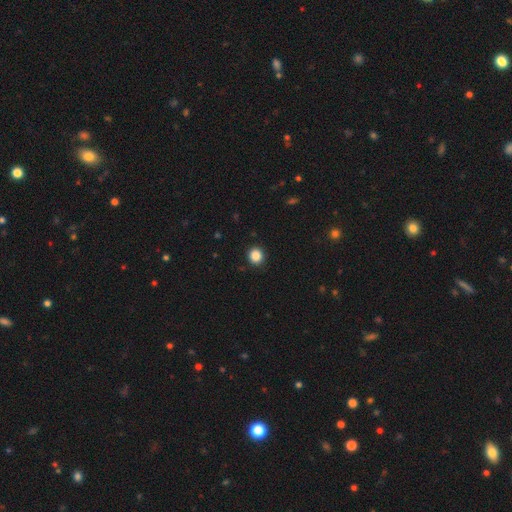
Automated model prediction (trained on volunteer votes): Overall: smooth (86%). How rounded: round (88%). Merging: none (91%).